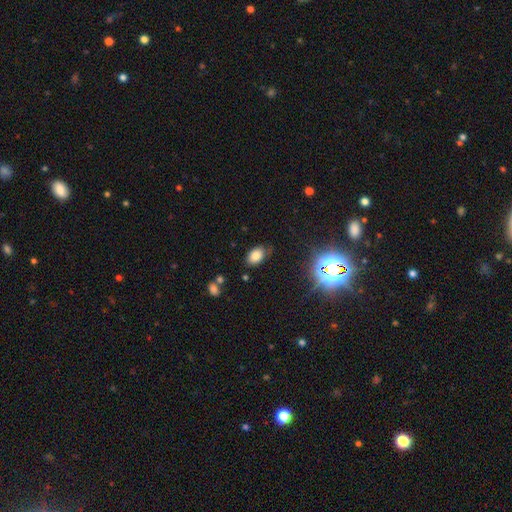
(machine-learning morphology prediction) Smooth or featured?
  - smooth: 77% *
  - star or artifact: 15%
  - featured or disk: 8%
How rounded?
  - in between: 88% *
  - round: 11%
  - cigar-shaped: 1%
Merging?
  - none: 76% *
  - minor disturbance: 18%
  - major disturbance: 4%
  - merger: 2%